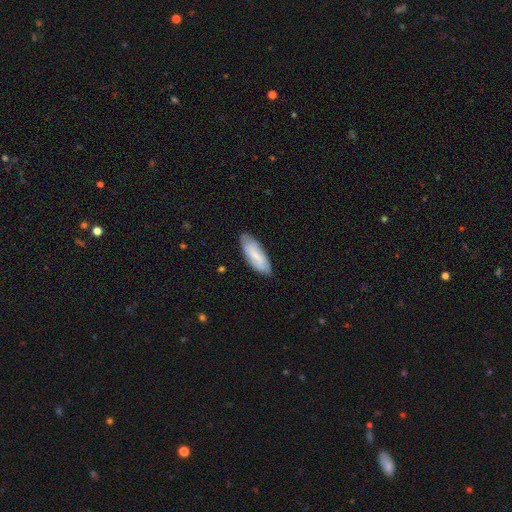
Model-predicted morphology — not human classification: Smooth or featured? Predicted: smooth (p=0.68). How rounded? Predicted: in between (p=0.72). Merging? Predicted: none (p=0.81).